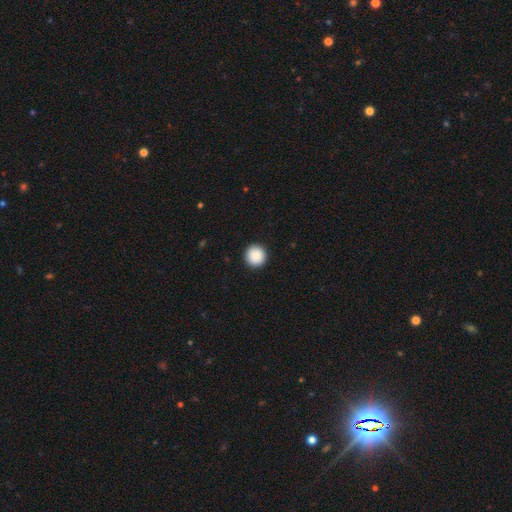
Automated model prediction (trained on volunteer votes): smooth_or_featured: smooth (p=0.90) [alt: star or artifact p=0.08]
how_rounded: round (p=0.96) [alt: in between p=0.03]
merging: none (p=0.93) [alt: minor disturbance p=0.04]